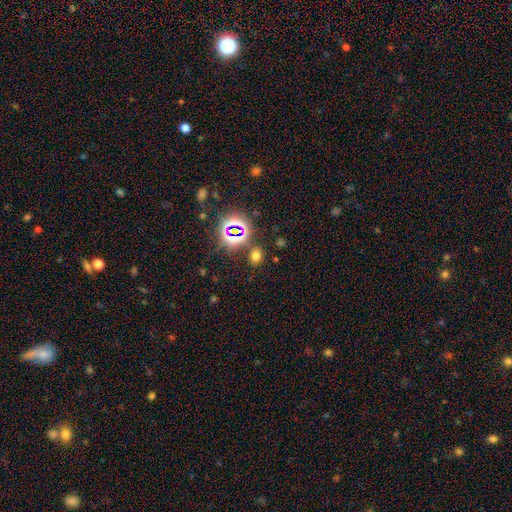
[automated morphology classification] Overall: smooth (60%; star or artifact 33%). How rounded: round (53%; in between 46%). Merging: none (81%).